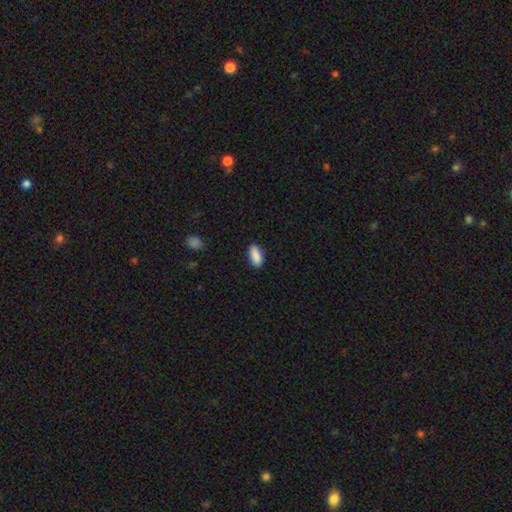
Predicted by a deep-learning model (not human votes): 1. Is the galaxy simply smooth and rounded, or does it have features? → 89% smooth, 7% star or artifact, 4% featured or disk.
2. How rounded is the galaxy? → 81% in between, 16% cigar-shaped, 2% round.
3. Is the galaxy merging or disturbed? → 84% none, 12% minor disturbance, 2% major disturbance, 1% merger.